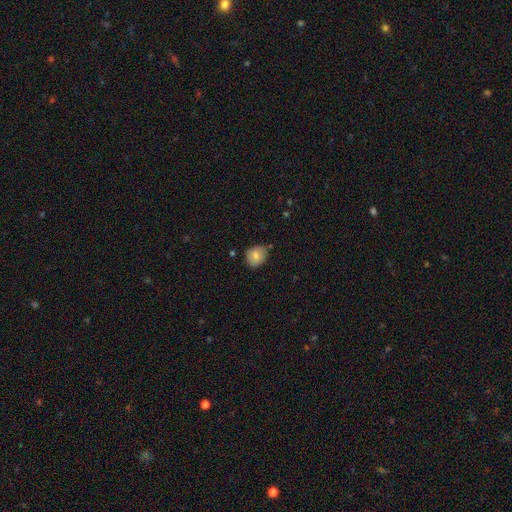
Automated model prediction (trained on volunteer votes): Smooth or featured? Predicted: smooth (p=0.80). How rounded? Predicted: round (p=0.62). Merging? Predicted: none (p=0.74).